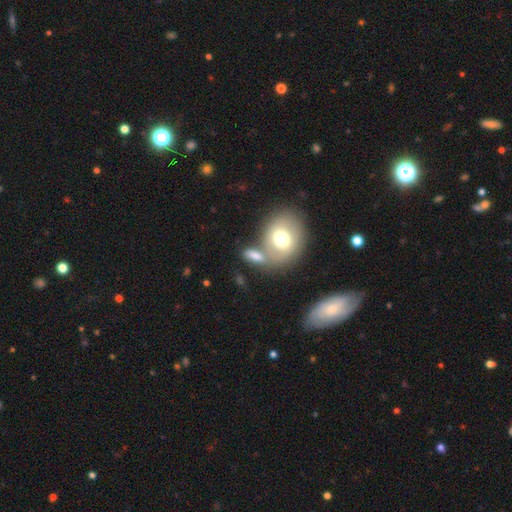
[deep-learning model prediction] This appears to be a smooth galaxy with no disk features (69%) that is in between round and cigar-shaped (72%). Merging: none (45%).